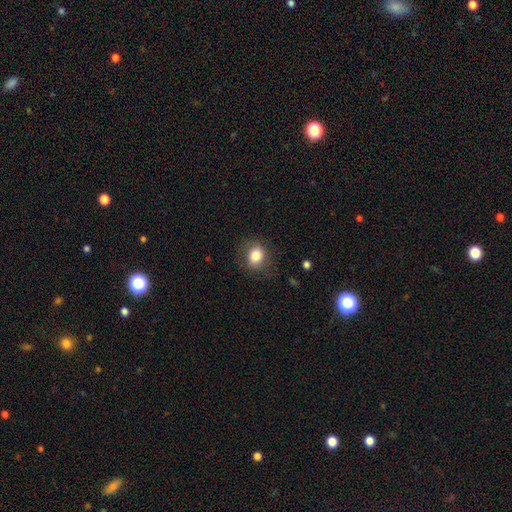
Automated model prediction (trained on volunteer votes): Smooth or featured?
  - smooth: 82% *
  - star or artifact: 10%
  - featured or disk: 9%
How rounded?
  - round: 65% *
  - in between: 34%
  - cigar-shaped: 1%
Merging?
  - none: 78% *
  - minor disturbance: 15%
  - major disturbance: 6%
  - merger: 1%